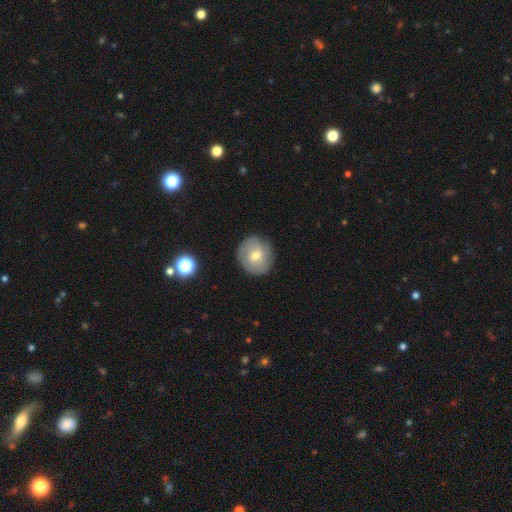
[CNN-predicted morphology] A smooth galaxy with no disk features (48%).

Vote fractions:
- Smooth or featured? smooth: 48% / featured or disk: 43% / star or artifact: 9%
- Merging? none: 83% / minor disturbance: 12% / major disturbance: 3% / merger: 1%